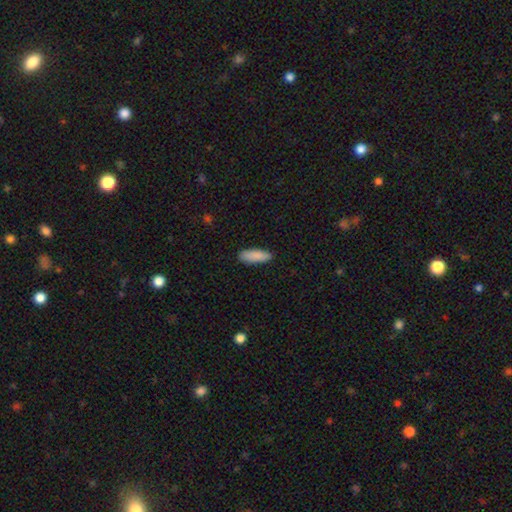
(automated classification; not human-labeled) Smooth or featured: smooth — 88% (featured or disk — 6%)
How rounded: in between — 60% (cigar-shaped — 38%)
Merging: none — 85% (minor disturbance — 12%)